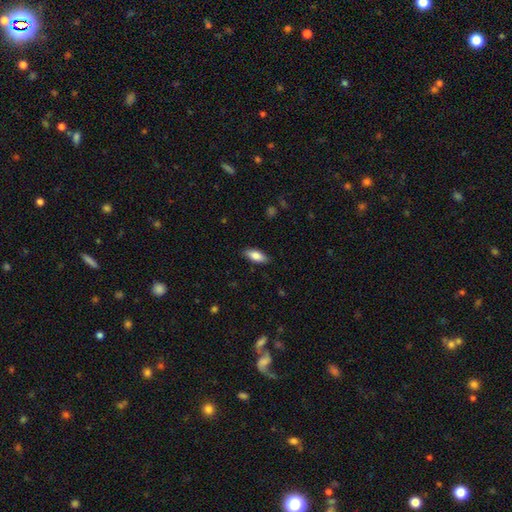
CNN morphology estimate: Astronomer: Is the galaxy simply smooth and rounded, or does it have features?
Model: smooth — 82%.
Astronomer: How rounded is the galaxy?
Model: in between — 75%.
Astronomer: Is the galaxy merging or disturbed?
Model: none — 87%.